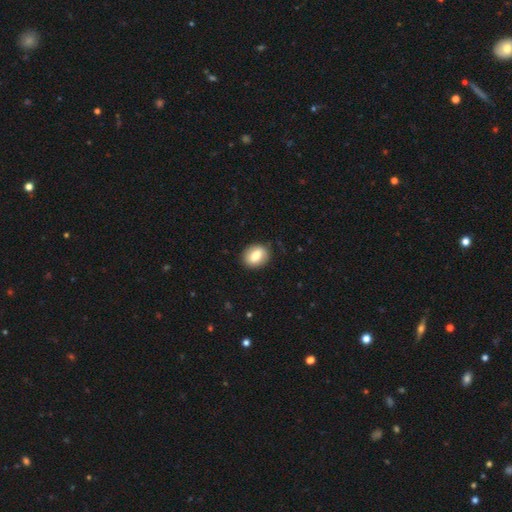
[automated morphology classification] smooth 77%, featured or disk 16%, star or artifact 7%. Down the decision tree: how rounded — round (52%); merging — none (87%).